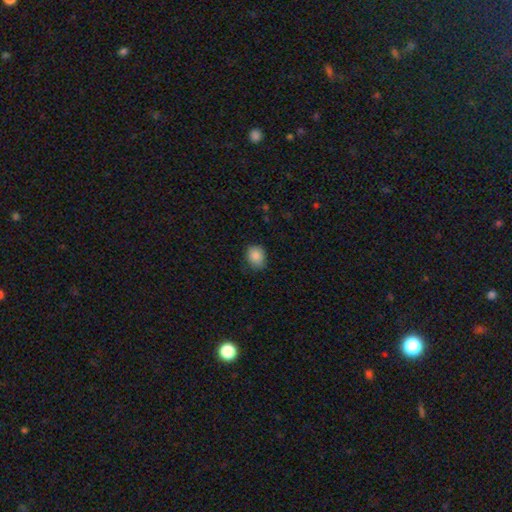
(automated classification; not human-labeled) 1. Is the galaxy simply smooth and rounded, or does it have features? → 87% smooth, 9% star or artifact, 4% featured or disk.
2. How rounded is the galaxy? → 61% round, 38% in between, 1% cigar-shaped.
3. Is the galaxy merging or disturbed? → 76% none, 20% minor disturbance, 3% major disturbance, 1% merger.